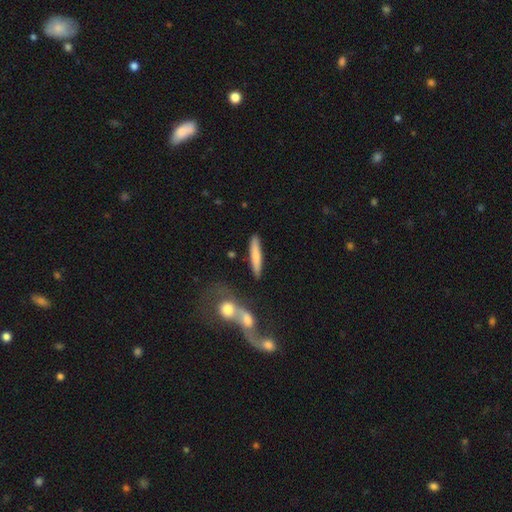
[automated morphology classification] Smooth or featured? Predicted: smooth (p=0.72). How rounded? Predicted: cigar-shaped (p=0.90). Merging? Predicted: none (p=0.83).